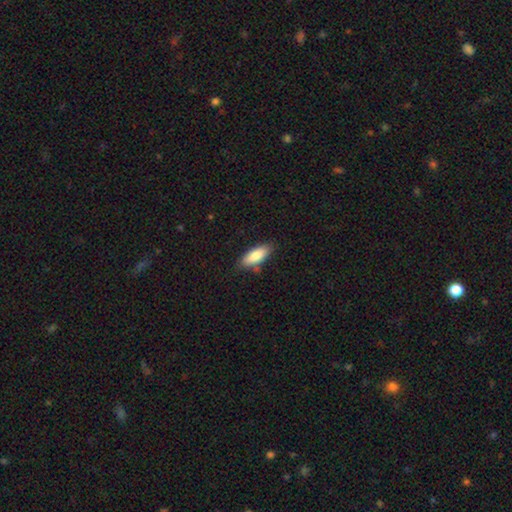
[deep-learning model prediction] Smooth or featured?
  - smooth: 85% *
  - featured or disk: 9%
  - star or artifact: 6%
How rounded?
  - in between: 71% *
  - cigar-shaped: 28%
  - round: 2%
Merging?
  - none: 81% *
  - minor disturbance: 14%
  - major disturbance: 3%
  - merger: 2%